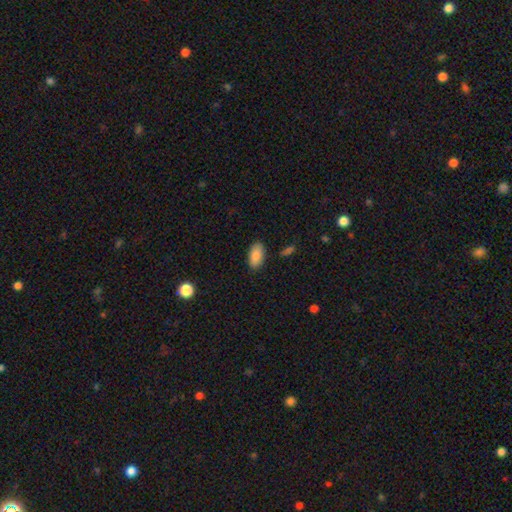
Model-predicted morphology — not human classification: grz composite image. It shows a smooth galaxy with no disk features (85%) that is in between round and cigar-shaped (93%). Merging: none (86%).